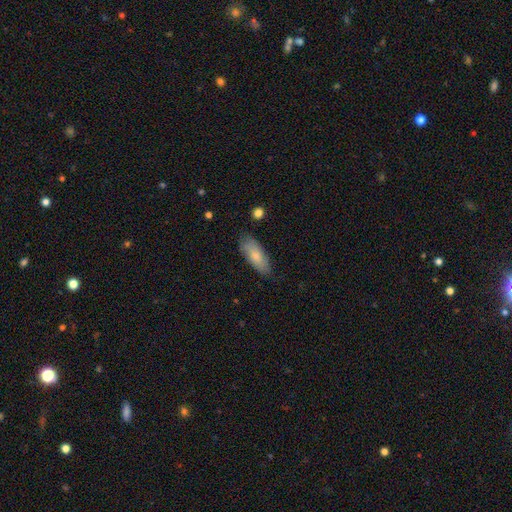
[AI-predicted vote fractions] Q: Smooth or featured?
A: smooth (78%); runner-up: featured or disk (17%)
Q: How rounded?
A: in between (78%); runner-up: cigar-shaped (20%)
Q: Merging?
A: none (78%); runner-up: minor disturbance (17%)